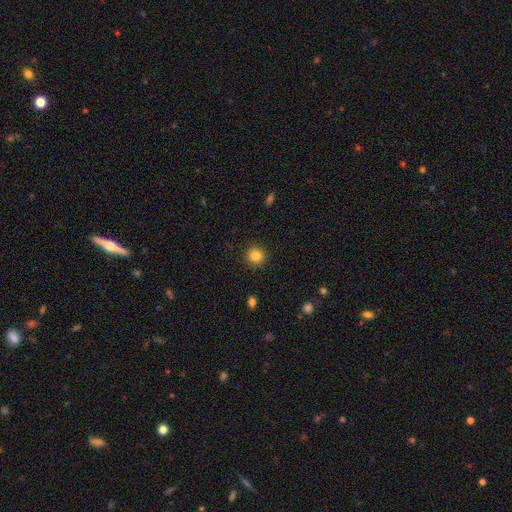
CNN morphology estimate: Smooth or featured: smooth — 84% (star or artifact — 11%)
How rounded: round — 94% (in between — 5%)
Merging: none — 92% (minor disturbance — 5%)